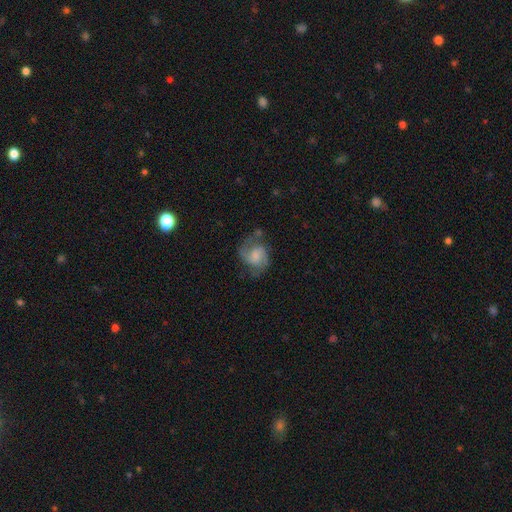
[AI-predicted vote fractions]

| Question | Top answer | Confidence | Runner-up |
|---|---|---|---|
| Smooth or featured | featured or disk | 69% | smooth (23%) |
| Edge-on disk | no | 98% | yes (2%) |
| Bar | no | 53% | weak (39%) |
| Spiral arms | yes | 92% | no (8%) |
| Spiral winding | medium | 52% | loose (28%) |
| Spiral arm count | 2 | 83% | can't tell (7%) |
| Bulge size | none | 29% | moderate (27%) |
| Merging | none | 57% | minor disturbance (23%) |